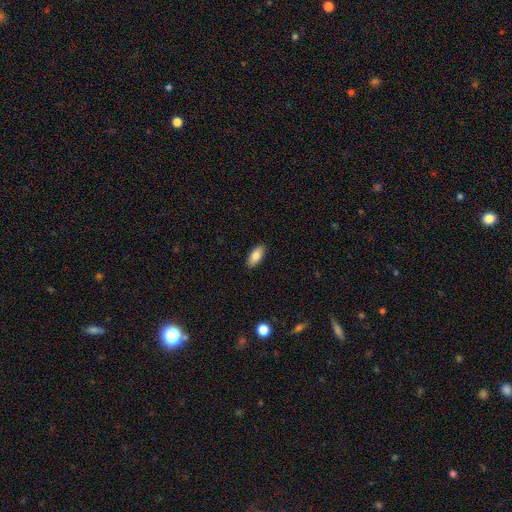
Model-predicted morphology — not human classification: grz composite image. It shows a smooth galaxy with no disk features (83%) that is in between round and cigar-shaped (88%). Merging: none (89%).